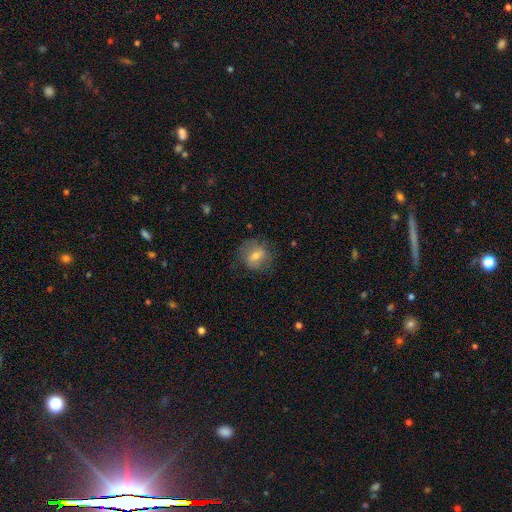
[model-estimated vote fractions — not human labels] A smooth galaxy with no disk features (63%) that is round (60%).

Vote fractions:
- Smooth or featured? smooth: 63% / featured or disk: 29% / star or artifact: 9%
- How rounded? round: 60% / in between: 38% / cigar-shaped: 2%
- Merging? none: 68% / minor disturbance: 20% / major disturbance: 11% / merger: 1%